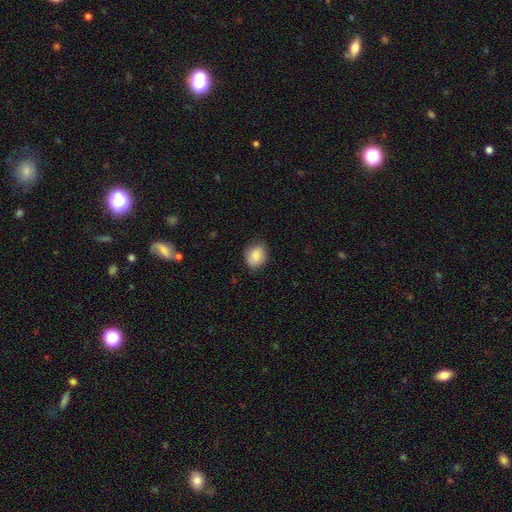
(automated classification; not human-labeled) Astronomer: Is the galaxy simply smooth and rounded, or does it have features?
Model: smooth — 85%.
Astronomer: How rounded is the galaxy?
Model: round — 52% (runner-up: in between, 47%).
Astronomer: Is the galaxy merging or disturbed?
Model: none — 79%.